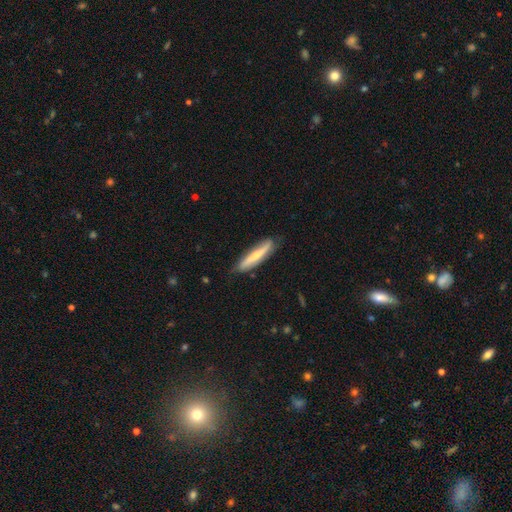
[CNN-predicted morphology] featured or disk 51%, smooth 44%, star or artifact 5%. Down the decision tree: edge-on disk — yes (70%); merging — none (79%).